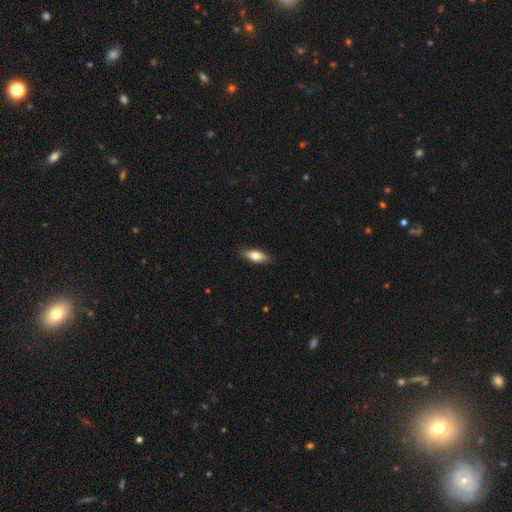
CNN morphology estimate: smooth-or-featured: smooth: 74% | featured or disk: 20% | star or artifact: 6%
  how-rounded: in between: 73% | cigar-shaped: 24% | round: 3%
  merging: none: 89% | minor disturbance: 9% | major disturbance: 2% | merger: 1%